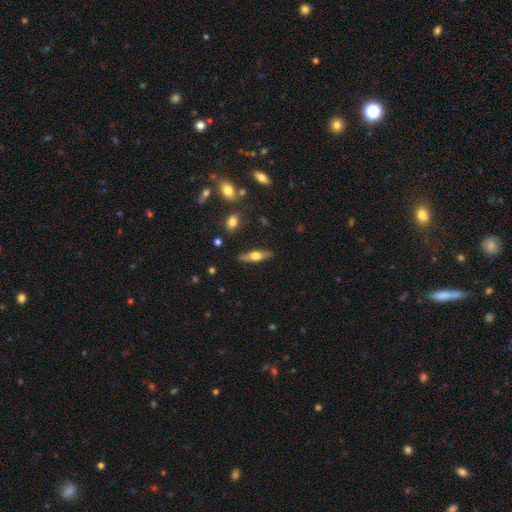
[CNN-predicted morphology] Smooth or featured? featured or disk (50%)
Edge-on disk? yes (91%)
Merging? none (86%)